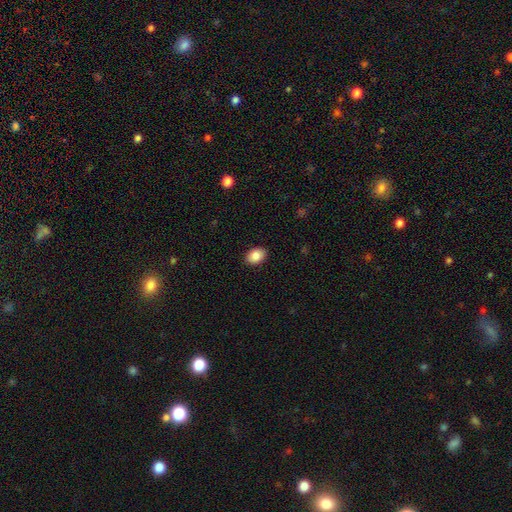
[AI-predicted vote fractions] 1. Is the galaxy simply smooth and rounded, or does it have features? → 87% smooth, 8% star or artifact, 6% featured or disk.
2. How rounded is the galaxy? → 80% in between, 19% round, 1% cigar-shaped.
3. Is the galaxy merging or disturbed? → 90% none, 8% minor disturbance, 2% major disturbance, 1% merger.